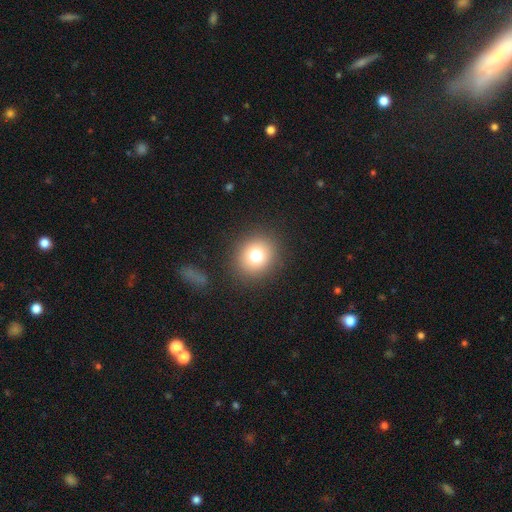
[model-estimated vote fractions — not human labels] Morphology: type=smooth (76%); roundness=round (80%); merging=none (88%).